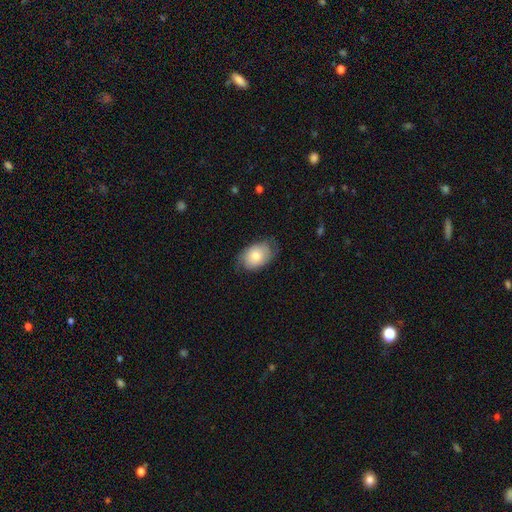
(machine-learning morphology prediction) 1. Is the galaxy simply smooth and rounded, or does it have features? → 67% smooth, 27% featured or disk, 7% star or artifact.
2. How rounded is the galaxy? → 84% in between, 14% round, 1% cigar-shaped.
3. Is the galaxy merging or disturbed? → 66% none, 25% minor disturbance, 8% major disturbance, 1% merger.